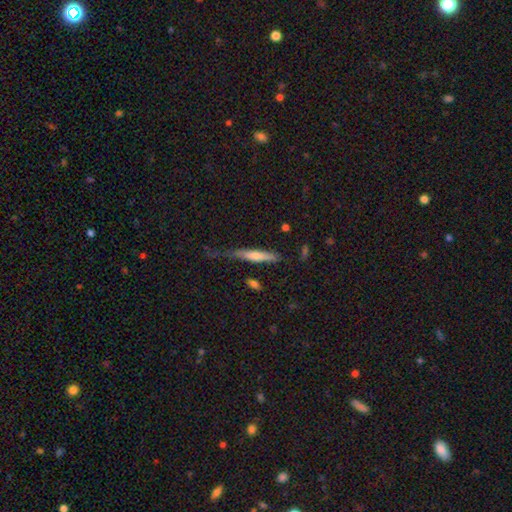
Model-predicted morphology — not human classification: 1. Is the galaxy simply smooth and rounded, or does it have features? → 58% smooth, 35% featured or disk, 7% star or artifact.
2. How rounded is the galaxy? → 89% cigar-shaped, 9% in between, 2% round.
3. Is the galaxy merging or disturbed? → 50% none, 30% minor disturbance, 15% major disturbance, 4% merger.